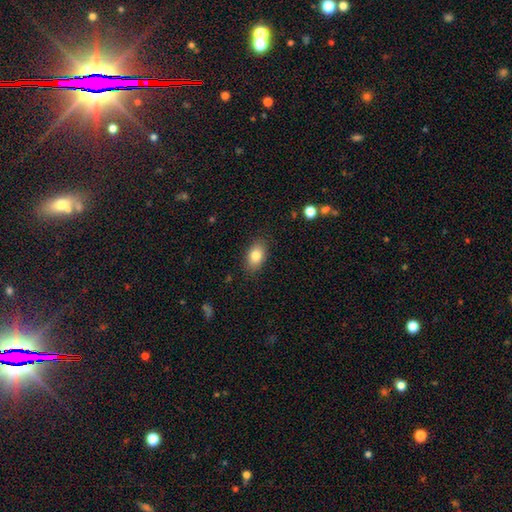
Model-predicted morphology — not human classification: Q: Smooth or featured?
A: smooth (83%); runner-up: featured or disk (9%)
Q: How rounded?
A: in between (86%); runner-up: round (12%)
Q: Merging?
A: none (85%); runner-up: minor disturbance (11%)